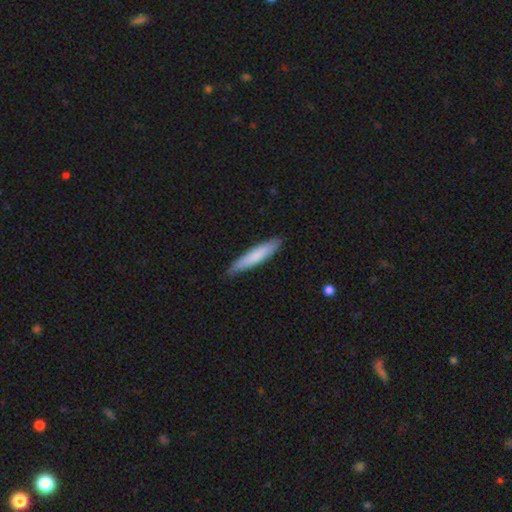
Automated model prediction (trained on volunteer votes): Q: Smooth or featured?
A: smooth (77%); runner-up: featured or disk (18%)
Q: How rounded?
A: cigar-shaped (90%); runner-up: in between (9%)
Q: Merging?
A: none (83%); runner-up: minor disturbance (14%)